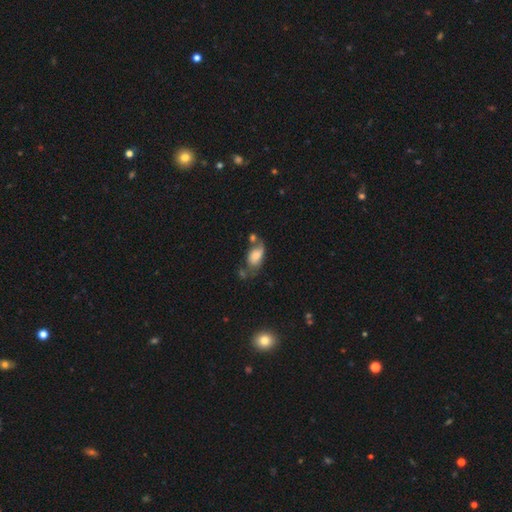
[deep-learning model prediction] Smooth or featured? smooth (63%)
How rounded? in between (87%)
Merging? none (33%)